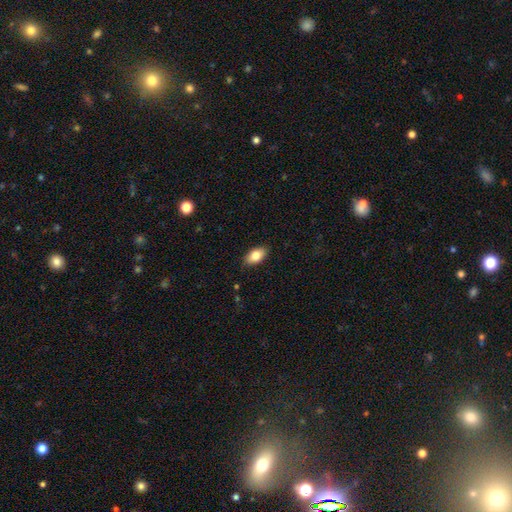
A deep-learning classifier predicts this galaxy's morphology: Overall: smooth (83%). How rounded: in between (92%). Merging: none (87%).